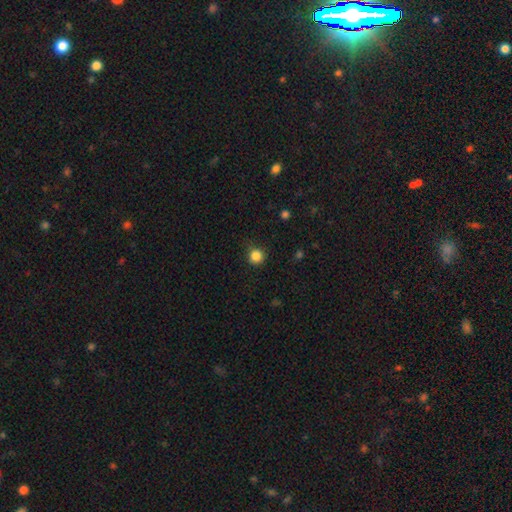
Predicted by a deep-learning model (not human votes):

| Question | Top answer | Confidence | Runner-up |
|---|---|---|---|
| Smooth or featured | smooth | 85% | star or artifact (12%) |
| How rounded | round | 94% | in between (5%) |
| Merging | none | 85% | minor disturbance (11%) |